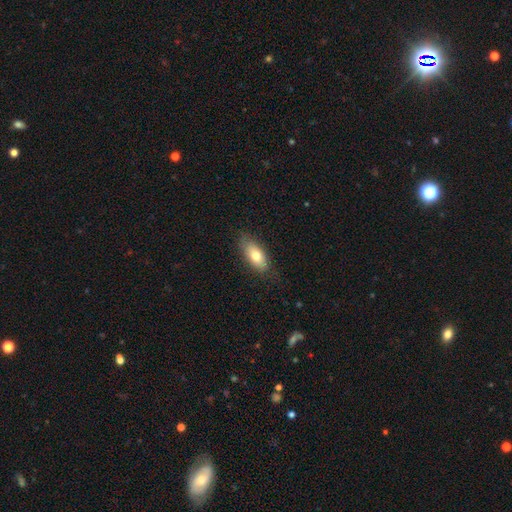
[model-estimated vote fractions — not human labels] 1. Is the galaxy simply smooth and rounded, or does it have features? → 75% smooth, 18% featured or disk, 7% star or artifact.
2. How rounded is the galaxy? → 84% in between, 12% cigar-shaped, 4% round.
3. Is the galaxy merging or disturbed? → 81% none, 15% minor disturbance, 3% major disturbance, 1% merger.